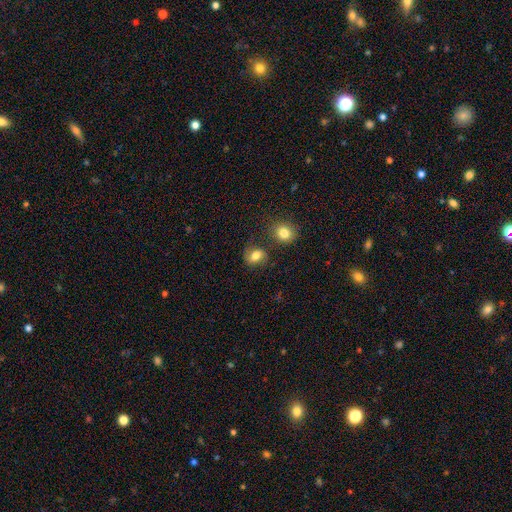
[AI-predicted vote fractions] Overall: smooth (70%). How rounded: in between (51%; round 48%). Merging: none (66%).